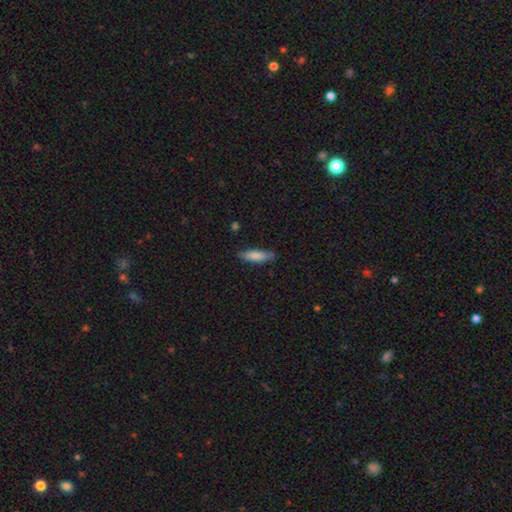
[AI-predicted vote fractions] Smooth or featured?
  - smooth: 78% *
  - featured or disk: 16%
  - star or artifact: 6%
How rounded?
  - cigar-shaped: 69% *
  - in between: 30%
  - round: 2%
Merging?
  - none: 81% *
  - minor disturbance: 15%
  - major disturbance: 2%
  - merger: 2%